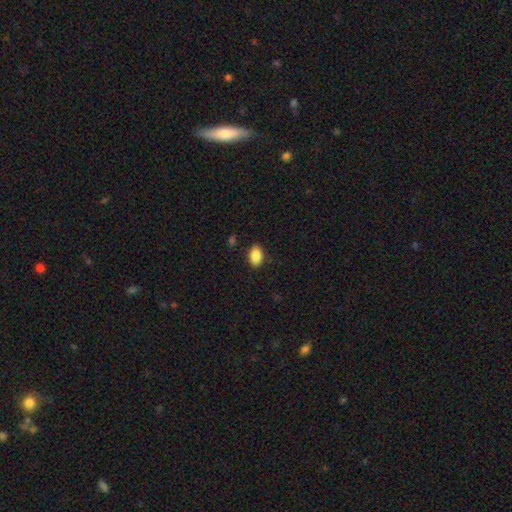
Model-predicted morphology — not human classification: Smooth or featured? smooth (88%)
How rounded? in between (86%)
Merging? none (85%)